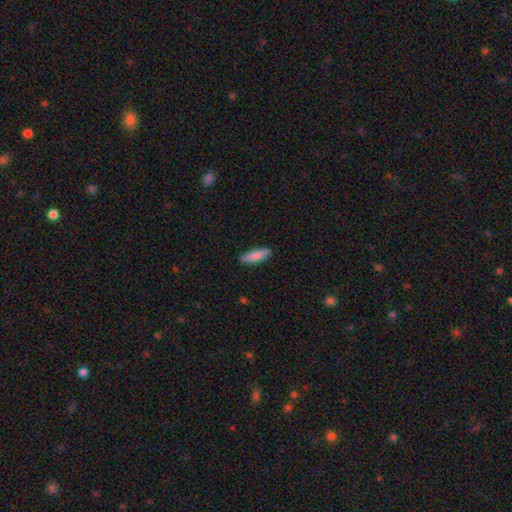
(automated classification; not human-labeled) This appears to be a smooth galaxy with no disk features (84%) that is in between round and cigar-shaped (51%). Merging: none (87%).